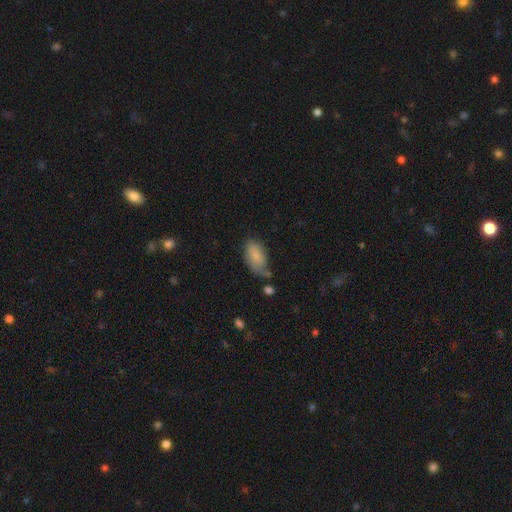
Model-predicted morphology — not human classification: The model was most divided on "merging": none: 47%, minor disturbance: 32%, major disturbance: 13%, merger: 7%. More confident: how rounded — in between (93%); smooth or featured — smooth (79%).